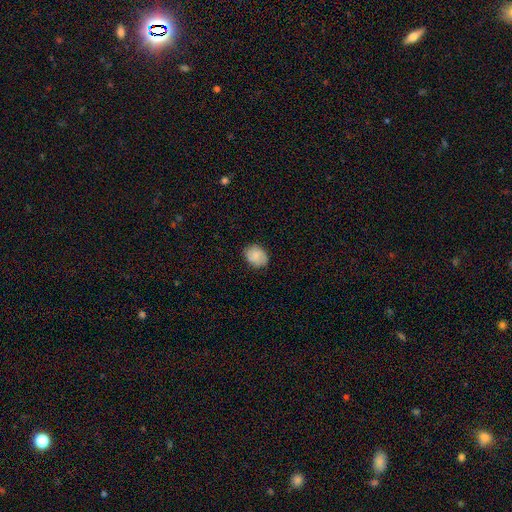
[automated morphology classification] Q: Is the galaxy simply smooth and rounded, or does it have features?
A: smooth — 80%.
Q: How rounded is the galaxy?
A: in between — 54%.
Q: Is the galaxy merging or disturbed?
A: none — 81%.